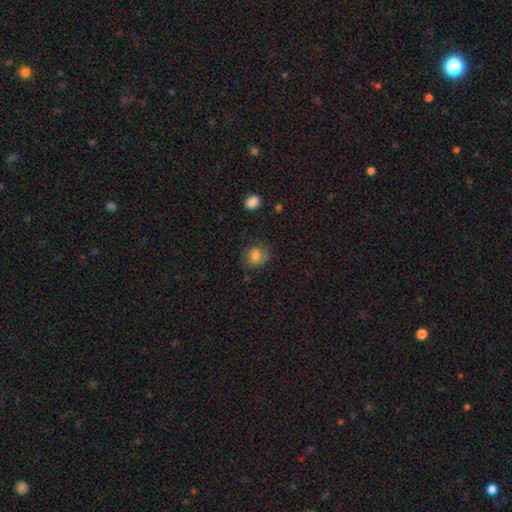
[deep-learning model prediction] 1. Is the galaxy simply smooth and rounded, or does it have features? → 72% smooth, 18% featured or disk, 10% star or artifact.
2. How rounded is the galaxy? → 71% round, 28% in between, 1% cigar-shaped.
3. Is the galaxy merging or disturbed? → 70% none, 21% minor disturbance, 7% major disturbance, 2% merger.